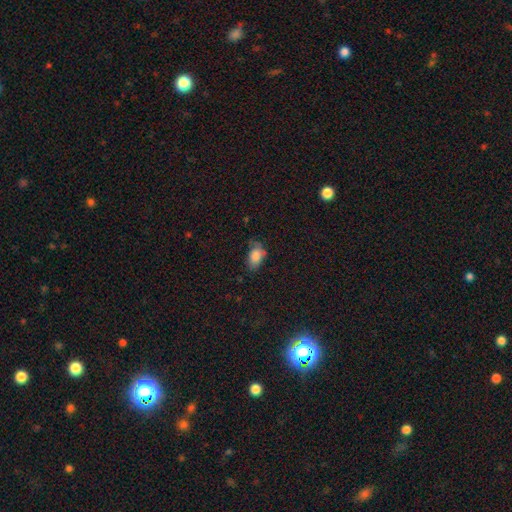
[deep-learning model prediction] smooth-or-featured: smooth: 84% | star or artifact: 9% | featured or disk: 7%
  how-rounded: in between: 87% | round: 11% | cigar-shaped: 2%
  merging: none: 57% | minor disturbance: 32% | major disturbance: 9% | merger: 2%